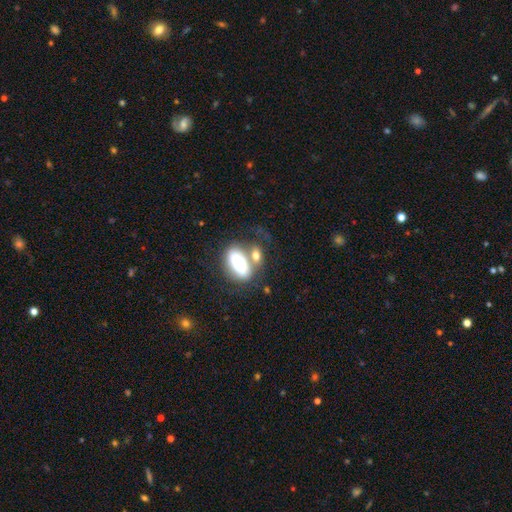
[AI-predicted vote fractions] This is likely a smooth galaxy (61%). How rounded: clearly in between (87%). Merging: marginally merger (38%).